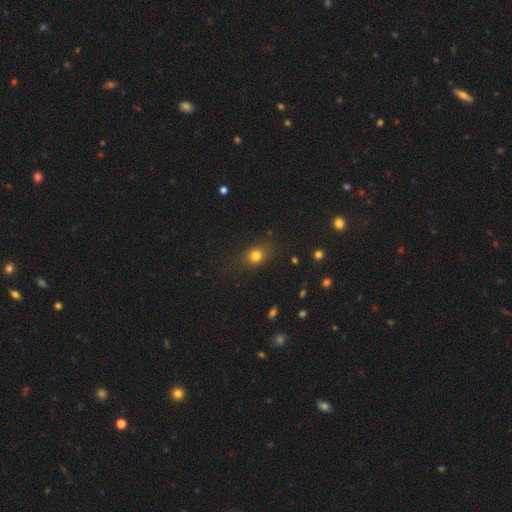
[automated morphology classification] The model was most divided on "how rounded": round: 59%, in between: 39%, cigar-shaped: 2%. More confident: merging — none (79%); smooth or featured — smooth (77%).